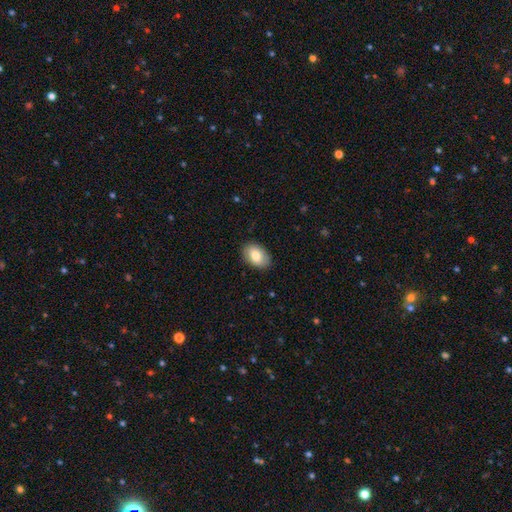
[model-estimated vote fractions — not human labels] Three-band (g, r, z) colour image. It shows a smooth galaxy with no disk features (82%) that is in between round and cigar-shaped (87%). Merging: none (88%).